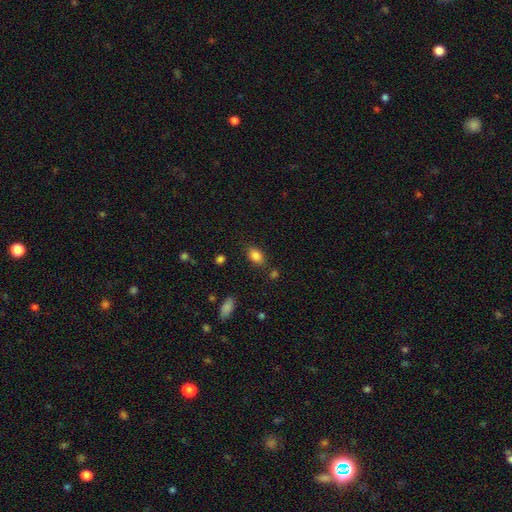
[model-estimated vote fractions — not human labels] smooth_or_featured: smooth (p=0.85) [alt: star or artifact p=0.09]
how_rounded: in between (p=0.85) [alt: round p=0.12]
merging: none (p=0.78) [alt: minor disturbance p=0.14]